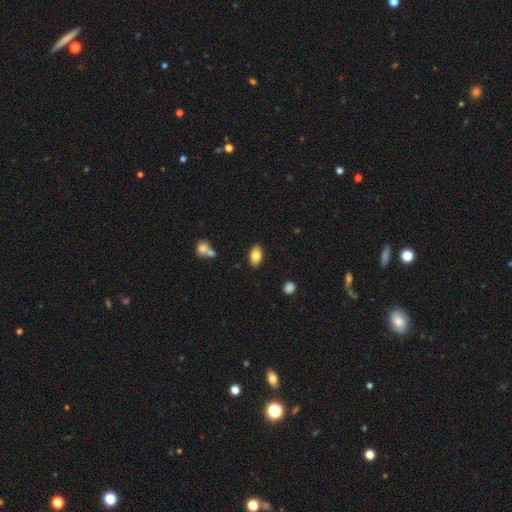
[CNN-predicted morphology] smooth 81%, featured or disk 11%, star or artifact 8%. Down the decision tree: how rounded — in between (92%); merging — none (86%).